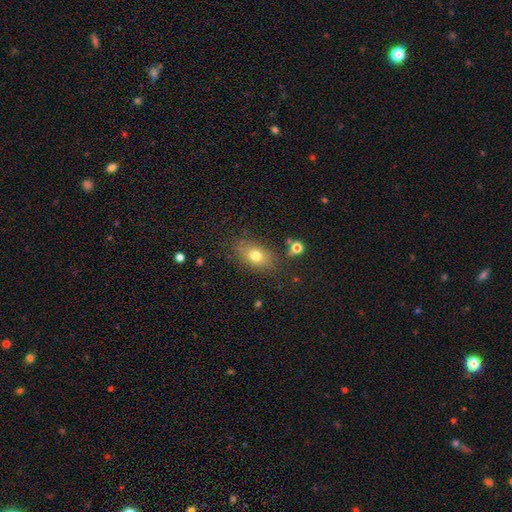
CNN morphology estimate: Smooth or featured?
  - smooth: 74% *
  - featured or disk: 15%
  - star or artifact: 11%
How rounded?
  - in between: 79% *
  - round: 19%
  - cigar-shaped: 2%
Merging?
  - none: 75% *
  - minor disturbance: 15%
  - major disturbance: 5%
  - merger: 4%